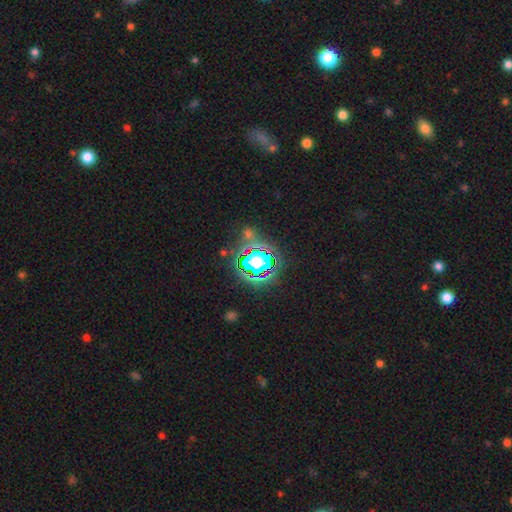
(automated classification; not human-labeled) The model was most divided on "smooth or featured": star or artifact: 81%, smooth: 12%, featured or disk: 7%.